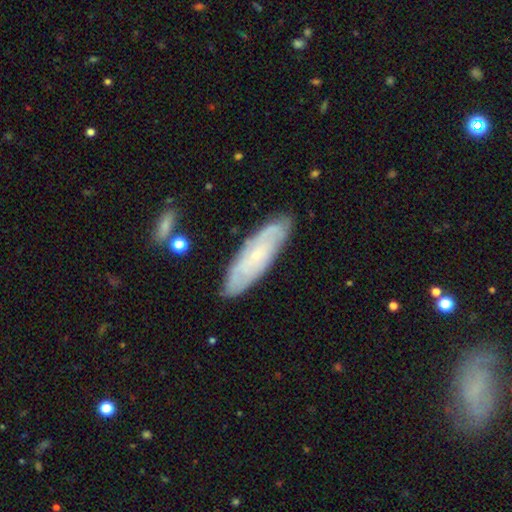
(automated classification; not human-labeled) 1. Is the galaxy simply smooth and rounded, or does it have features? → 60% featured or disk, 33% smooth, 7% star or artifact.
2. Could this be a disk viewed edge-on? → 79% no, 21% yes.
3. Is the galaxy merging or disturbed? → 83% none, 13% minor disturbance, 2% major disturbance, 2% merger.